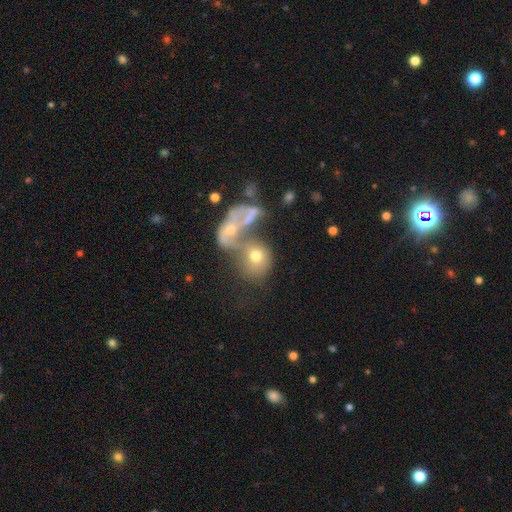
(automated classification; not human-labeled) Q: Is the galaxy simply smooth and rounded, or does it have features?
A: smooth — 57%.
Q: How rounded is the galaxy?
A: round — 60%.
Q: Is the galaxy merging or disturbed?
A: merger — 65%.